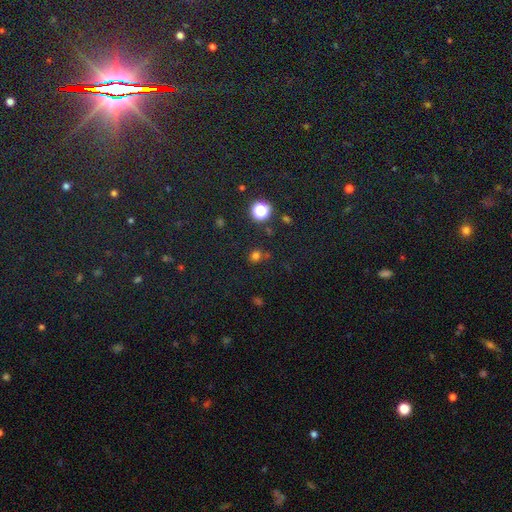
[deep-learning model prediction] smooth_or_featured: smooth (p=0.68) [alt: star or artifact p=0.26]
how_rounded: round (p=0.82) [alt: in between p=0.17]
merging: none (p=0.75) [alt: minor disturbance p=0.11]